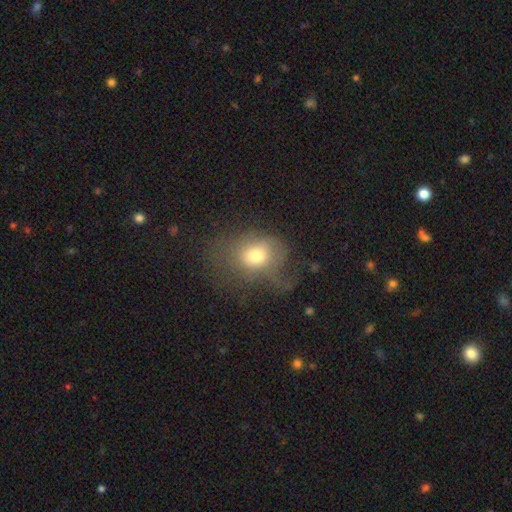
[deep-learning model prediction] smooth-or-featured: smooth: 66% | featured or disk: 22% | star or artifact: 13%
  how-rounded: in between: 52% | round: 47% | cigar-shaped: 1%
  merging: major disturbance: 37% (tied) | none: 37% (tied) | minor disturbance: 23% | merger: 3%